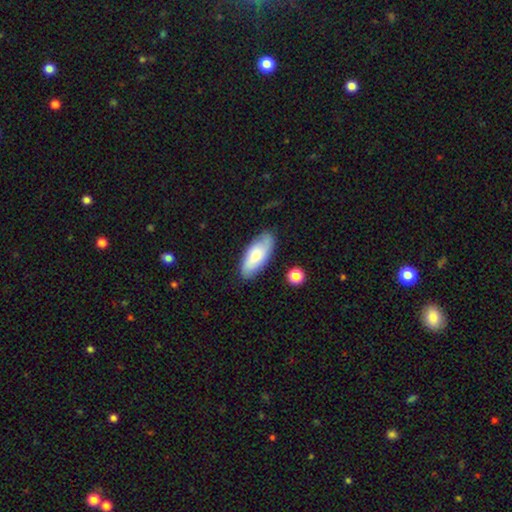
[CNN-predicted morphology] smooth_or_featured: smooth (p=0.69) [alt: featured or disk p=0.25]
how_rounded: in between (p=0.85) [alt: cigar-shaped p=0.13]
merging: none (p=0.80) [alt: minor disturbance p=0.15]